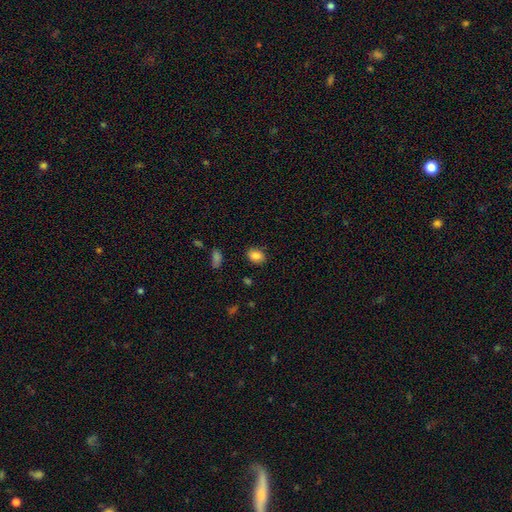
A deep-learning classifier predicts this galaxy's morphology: smooth 85%, star or artifact 9%, featured or disk 6%. Down the decision tree: how rounded — in between (64%); merging — none (85%).